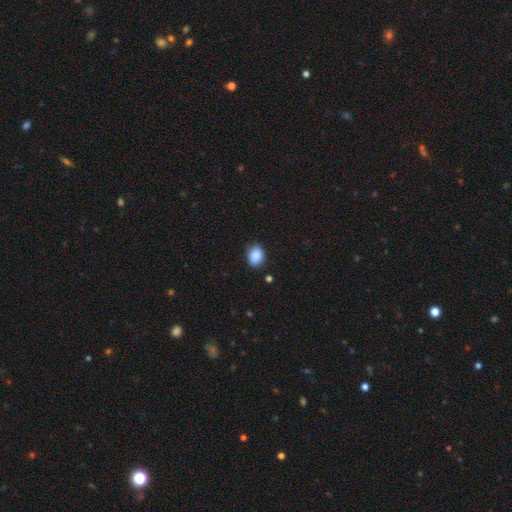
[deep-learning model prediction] Smooth or featured? smooth (88%)
How rounded? in between (69%)
Merging? none (81%)